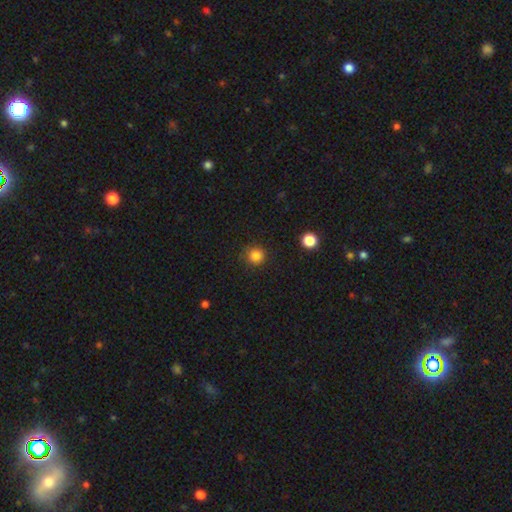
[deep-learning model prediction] Overall: smooth (83%). How rounded: round (93%). Merging: none (83%).